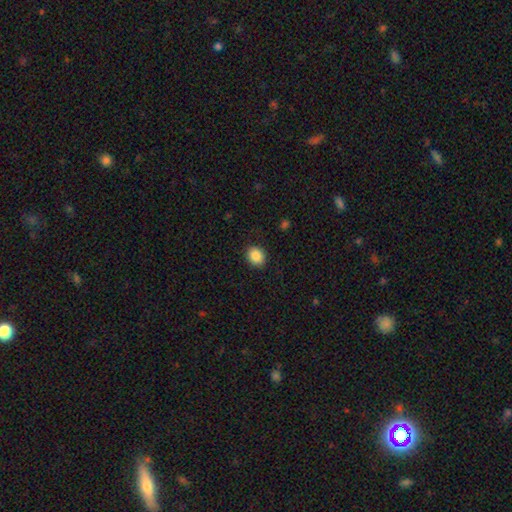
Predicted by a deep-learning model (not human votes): Overall: smooth (88%). How rounded: round (58%; in between 41%). Merging: none (88%).